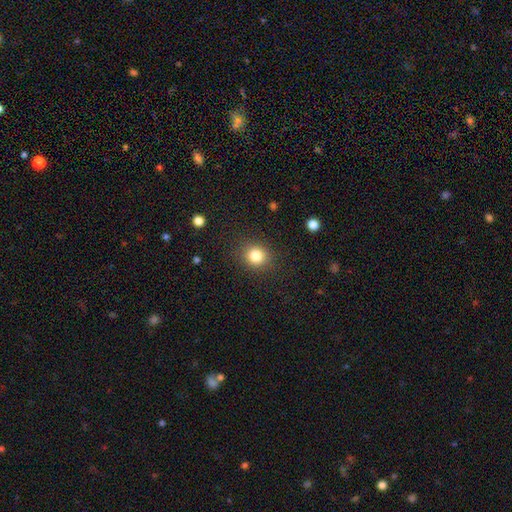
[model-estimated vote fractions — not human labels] This is clearly a smooth galaxy (83%). How rounded: clearly round (82%). Merging: clearly none (87%).